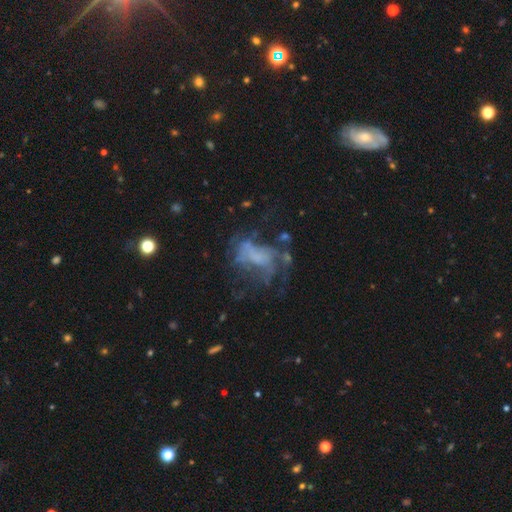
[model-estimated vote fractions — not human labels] smooth_or_featured: featured or disk (p=0.65) [alt: smooth p=0.18]
disk_edge_on: no (p=0.97) [alt: yes p=0.03]
bar: no (p=0.73) [alt: weak p=0.21]
has_spiral_arms: no (p=0.55) [alt: yes p=0.45]
bulge_size: none (p=0.59) [alt: small p=0.20]
merging: major disturbance (p=0.42) [alt: none p=0.34]